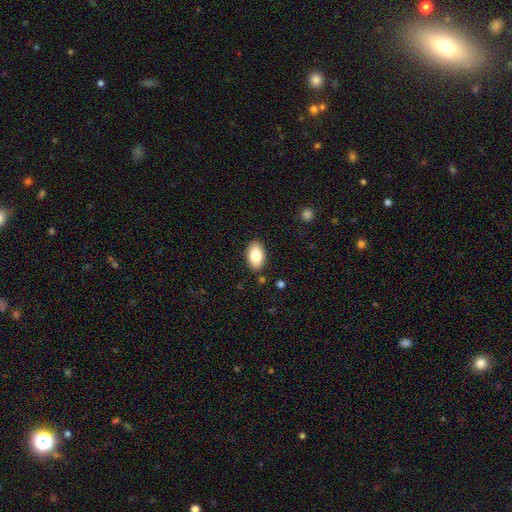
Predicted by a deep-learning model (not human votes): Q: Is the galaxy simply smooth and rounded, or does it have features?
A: smooth — 82%.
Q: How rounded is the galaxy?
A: in between — 92%.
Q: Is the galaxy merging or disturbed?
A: none — 87%.